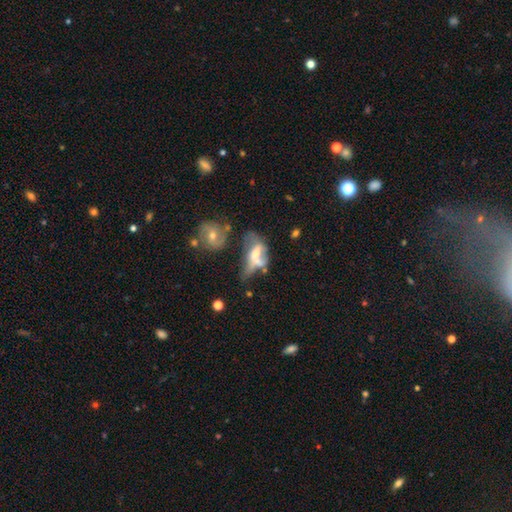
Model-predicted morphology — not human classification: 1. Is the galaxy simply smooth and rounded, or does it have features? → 53% featured or disk, 37% smooth, 10% star or artifact.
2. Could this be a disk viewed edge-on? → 87% no, 13% yes.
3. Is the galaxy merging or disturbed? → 34% major disturbance, 33% merger, 16% none, 16% minor disturbance.